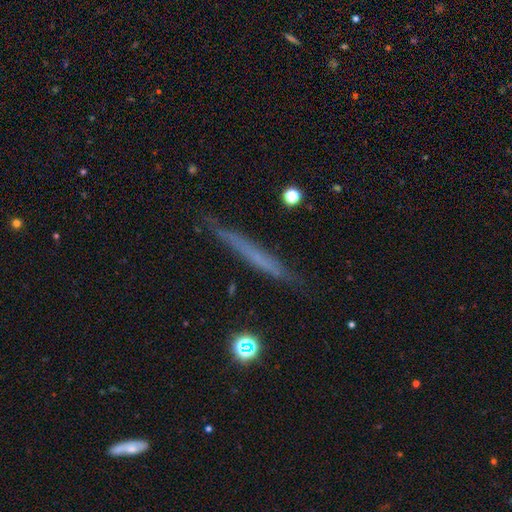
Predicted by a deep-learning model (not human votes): Morphology: type=smooth (47%); merging=none (86%).